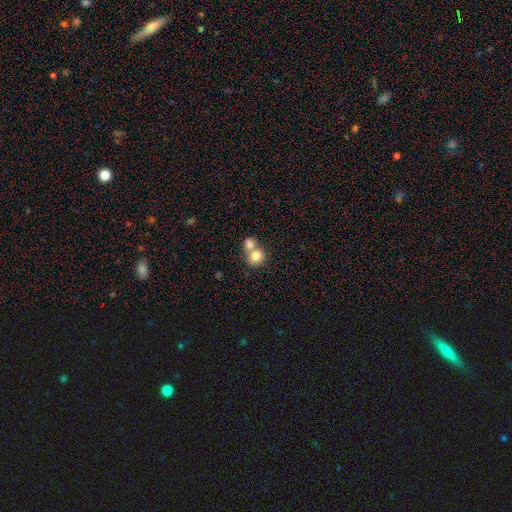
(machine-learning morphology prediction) Smooth or featured?
  - smooth: 78% *
  - featured or disk: 13%
  - star or artifact: 9%
How rounded?
  - round: 79% *
  - in between: 20%
  - cigar-shaped: 1%
Merging?
  - merger: 59% *
  - none: 33%
  - minor disturbance: 6%
  - major disturbance: 3%